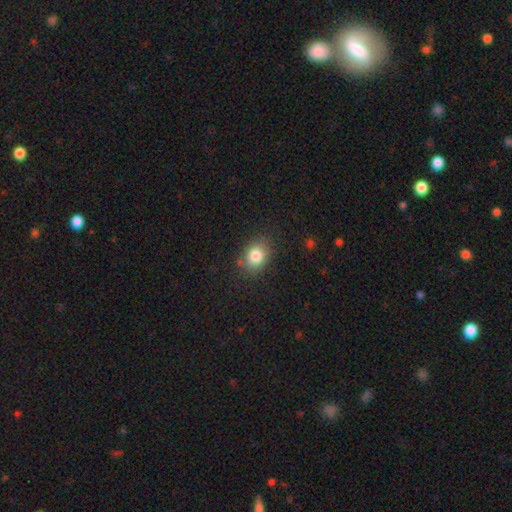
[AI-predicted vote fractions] Smooth or featured? Predicted: smooth (p=0.82). How rounded? Predicted: in between (p=0.55). Merging? Predicted: none (p=0.81).